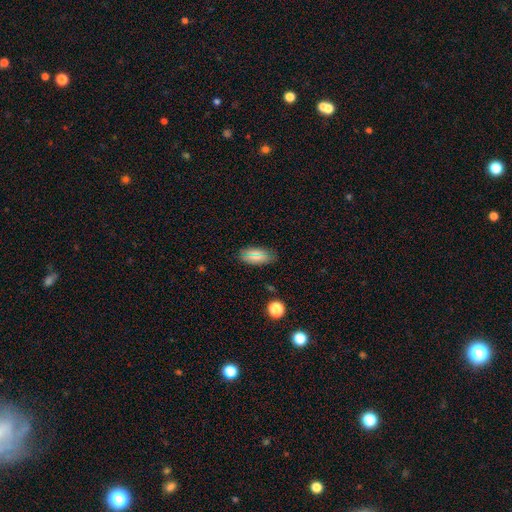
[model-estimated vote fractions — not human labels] A smooth galaxy with no disk features (72%) that is in between round and cigar-shaped (88%). Merging: none (84%).